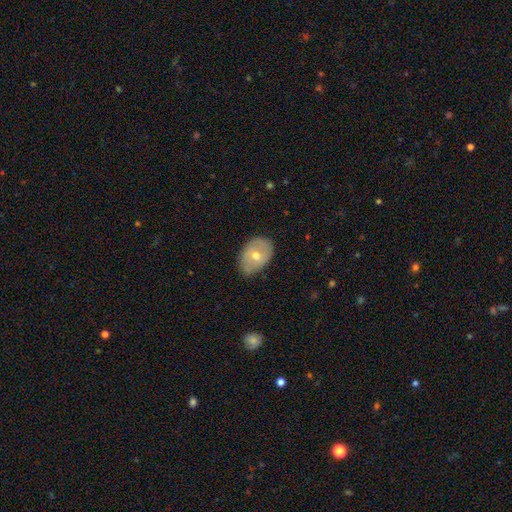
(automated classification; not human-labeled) Smooth or featured: smooth — 55% (featured or disk — 38%)
How rounded: in between — 79% (round — 20%)
Merging: none — 69% (minor disturbance — 25%)